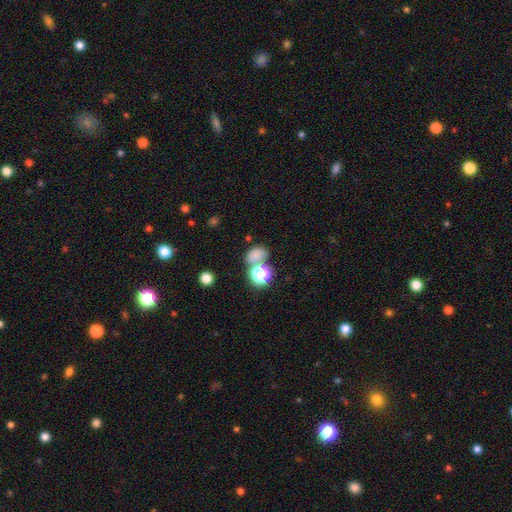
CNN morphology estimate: smooth-or-featured: smooth: 69% | star or artifact: 22% | featured or disk: 8%
  how-rounded: in between: 58% | round: 40% | cigar-shaped: 1%
  merging: none: 48% | merger: 32% | minor disturbance: 13% | major disturbance: 7%